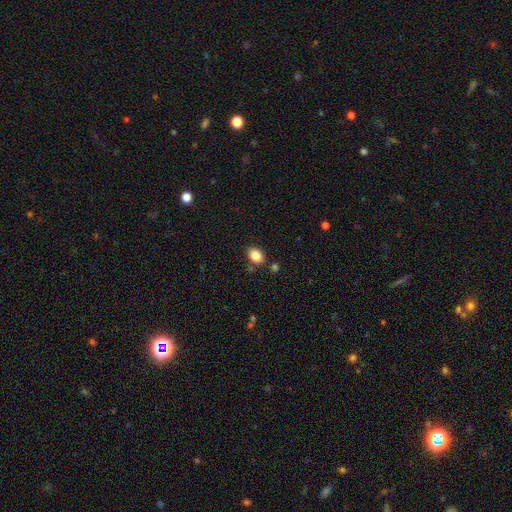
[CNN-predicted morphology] Overall: smooth (85%). How rounded: in between (72%). Merging: none (81%).